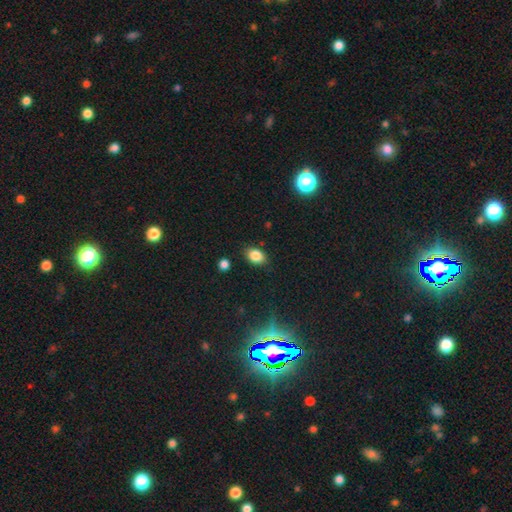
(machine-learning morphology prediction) Q: Smooth or featured?
A: smooth (84%); runner-up: star or artifact (10%)
Q: How rounded?
A: in between (76%); runner-up: round (23%)
Q: Merging?
A: none (83%); runner-up: minor disturbance (12%)